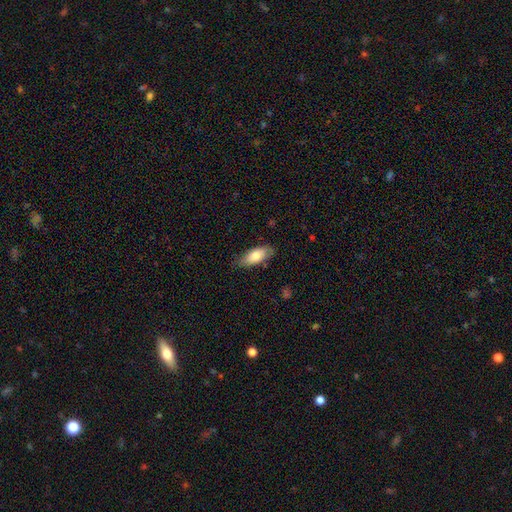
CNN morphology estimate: Smooth or featured?
  - smooth: 79% *
  - featured or disk: 16%
  - star or artifact: 6%
How rounded?
  - in between: 81% *
  - cigar-shaped: 17%
  - round: 2%
Merging?
  - none: 77% *
  - minor disturbance: 19%
  - major disturbance: 3%
  - merger: 1%